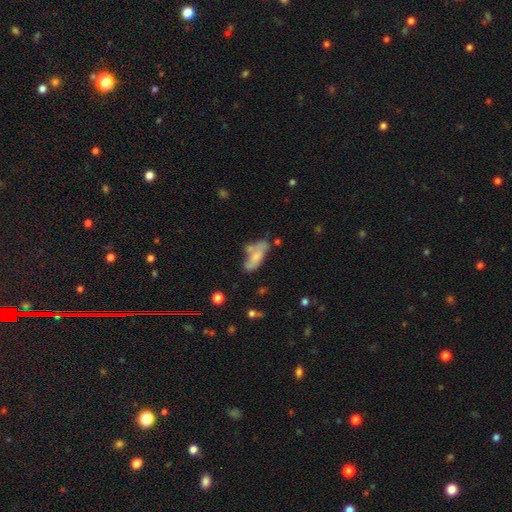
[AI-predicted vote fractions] This is likely a smooth galaxy (67%). How rounded: likely in between (73%). Merging: marginally none (39%).